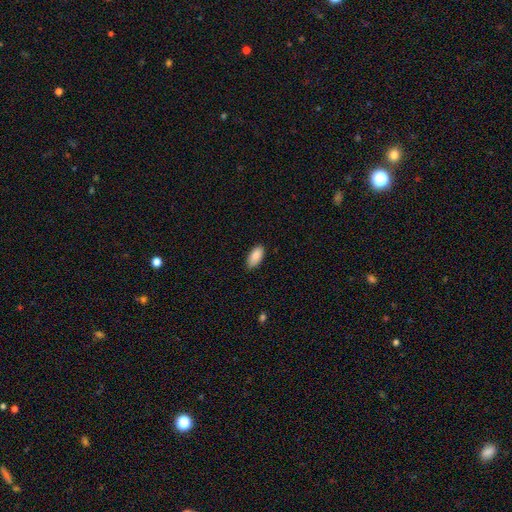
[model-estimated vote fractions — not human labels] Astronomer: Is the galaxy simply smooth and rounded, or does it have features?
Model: smooth — 89%.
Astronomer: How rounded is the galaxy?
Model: in between — 94%.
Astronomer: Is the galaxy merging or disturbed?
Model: none — 84%.